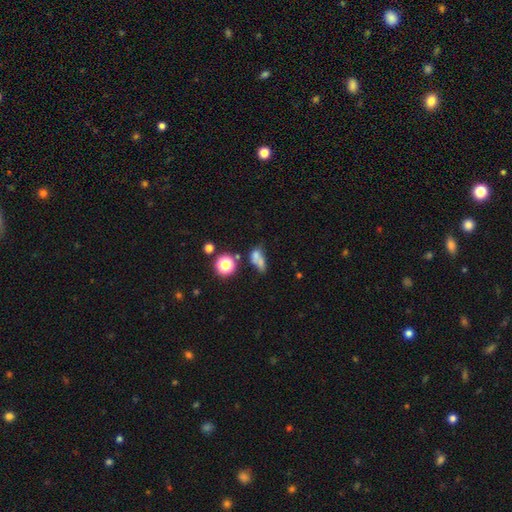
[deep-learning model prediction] This is likely a smooth galaxy (61%). How rounded: possibly in between (54%). Merging: marginally merger (42%).